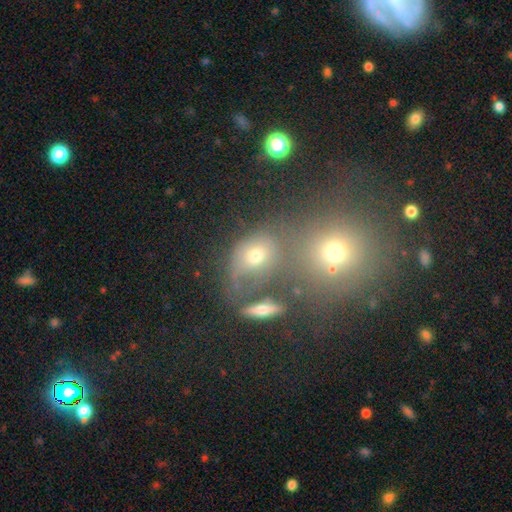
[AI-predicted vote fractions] Overall: smooth (54%; featured or disk 24%). How rounded: in between (50%; round 48%). Merging: none (40%; merger 35%).